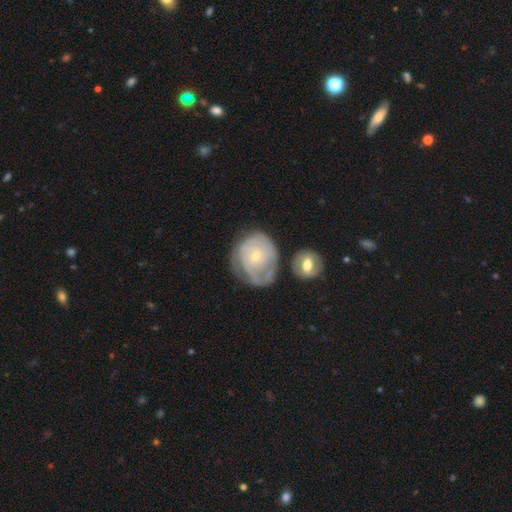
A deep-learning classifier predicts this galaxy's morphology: A featured or disk galaxy (68%) with no bar (82%), tight (74%) spiral arms (76%) and a small central bulge (70%).

Vote fractions:
- Smooth or featured? featured or disk: 68% / smooth: 26% / star or artifact: 6%
- Edge-on disk? no: 97% / yes: 3%
- Bar? no: 82% / weak: 16% / strong: 3%
- Spiral arms? yes: 76% / no: 24%
- Spiral winding? tight: 74% / medium: 19% / loose: 7%
- Spiral arm count? can't tell: 56% / 2: 17% / 1: 10% / 3: 10% / 4: 5% / more than 4: 3%
- Bulge size? small: 70% / moderate: 27% / large: 1% / none: 1% / dominant: 1%
- Merging? none: 45% / minor disturbance: 26% / major disturbance: 17% / merger: 12%